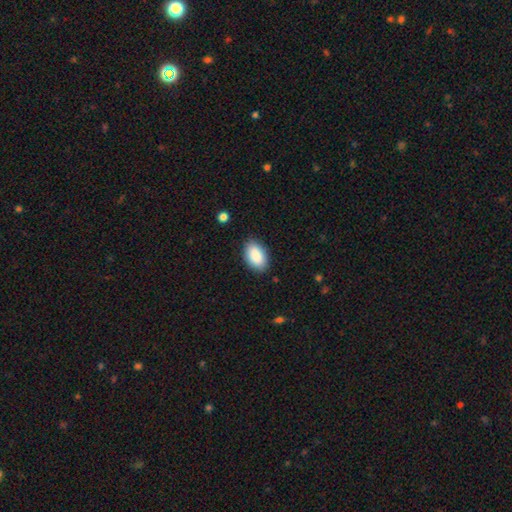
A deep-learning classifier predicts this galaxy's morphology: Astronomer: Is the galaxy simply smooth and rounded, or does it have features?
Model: smooth — 89%.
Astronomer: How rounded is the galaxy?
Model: in between — 94%.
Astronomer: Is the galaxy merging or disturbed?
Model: none — 87%.